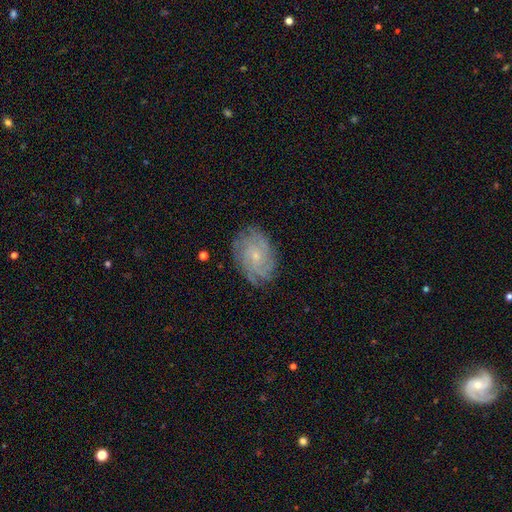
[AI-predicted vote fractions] Smooth or featured: featured or disk — 78% (smooth — 13%)
Edge-on disk: no — 97% (yes — 3%)
Bar: no — 74% (weak — 23%)
Spiral arms: yes — 96% (no — 4%)
Spiral winding: tight — 71% (medium — 23%)
Spiral arm count: can't tell — 33% (4 — 23%)
Bulge size: small — 76% (moderate — 20%)
Merging: none — 80% (minor disturbance — 14%)